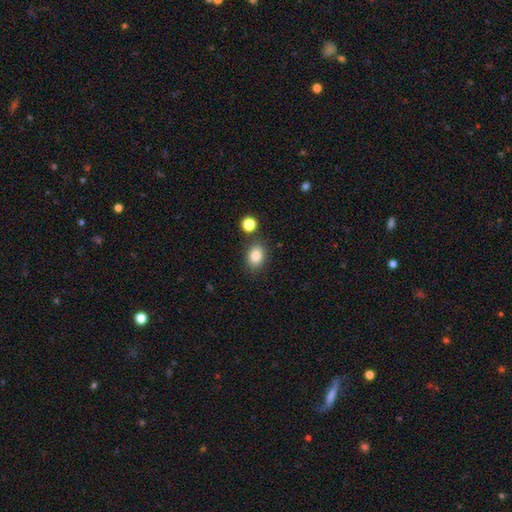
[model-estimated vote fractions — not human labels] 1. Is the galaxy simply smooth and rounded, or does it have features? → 85% smooth, 9% star or artifact, 6% featured or disk.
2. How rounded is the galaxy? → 66% in between, 33% round, 1% cigar-shaped.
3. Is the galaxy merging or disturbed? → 80% none, 11% minor disturbance, 6% merger, 3% major disturbance.